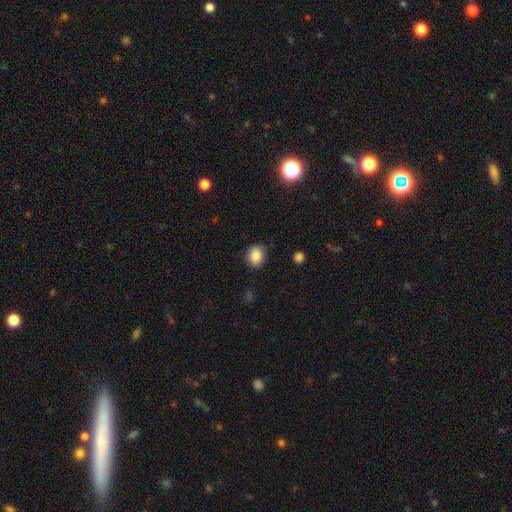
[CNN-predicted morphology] A smooth galaxy with no disk features (88%) that is round (52%).

Vote fractions:
- Smooth or featured? smooth: 88% / star or artifact: 9% / featured or disk: 4%
- How rounded? round: 52% / in between: 47% / cigar-shaped: 1%
- Merging? none: 82% / minor disturbance: 13% / major disturbance: 3% / merger: 1%